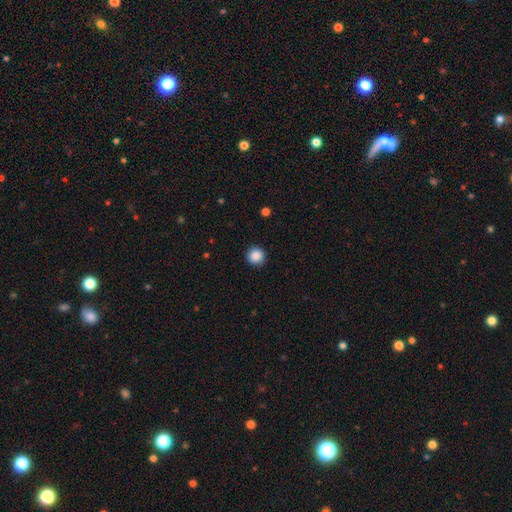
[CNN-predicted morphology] smooth-or-featured: smooth: 87% | star or artifact: 9% | featured or disk: 3%
  how-rounded: round: 95% | in between: 4% | cigar-shaped: 1%
  merging: none: 91% | minor disturbance: 6% | major disturbance: 2% | merger: 1%